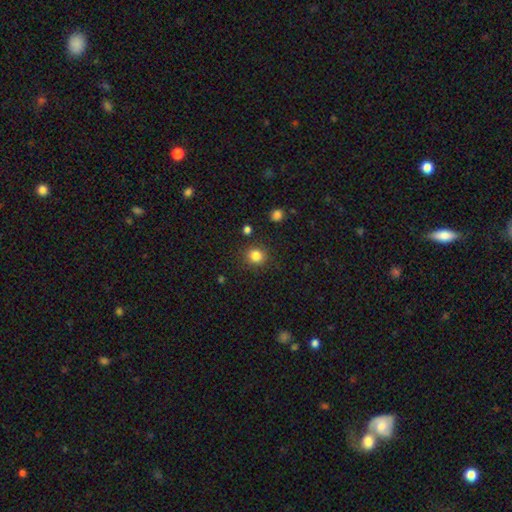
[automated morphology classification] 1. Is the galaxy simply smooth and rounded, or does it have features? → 84% smooth, 12% star or artifact, 4% featured or disk.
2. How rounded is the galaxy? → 87% round, 12% in between, 1% cigar-shaped.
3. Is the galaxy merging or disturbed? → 88% none, 7% minor disturbance, 3% major disturbance, 2% merger.